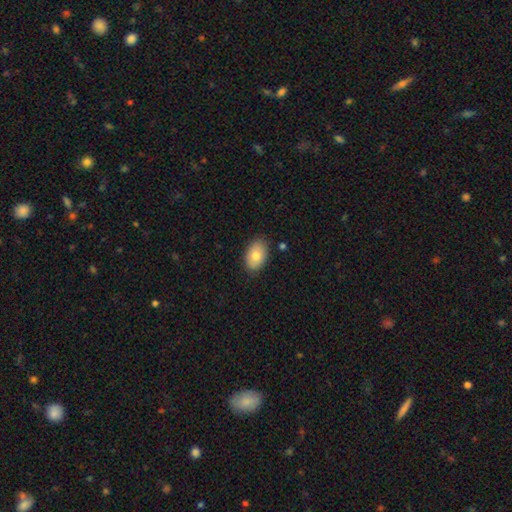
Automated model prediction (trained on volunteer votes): Smooth or featured?
  - smooth: 80% *
  - featured or disk: 13%
  - star or artifact: 7%
How rounded?
  - in between: 90% *
  - round: 9%
  - cigar-shaped: 1%
Merging?
  - none: 84% *
  - minor disturbance: 12%
  - major disturbance: 2%
  - merger: 2%